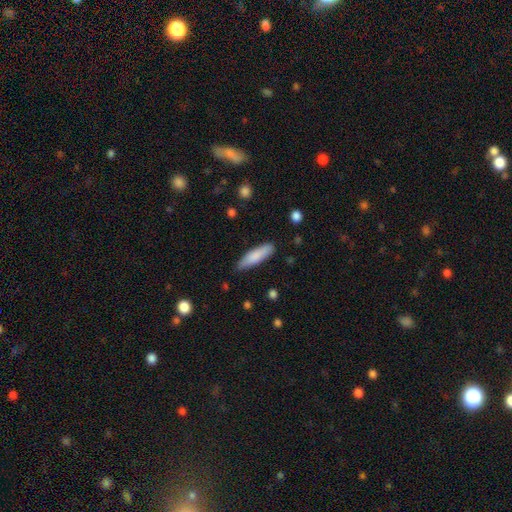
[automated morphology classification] This is clearly a smooth galaxy (82%). How rounded: likely cigar-shaped (68%). Merging: clearly none (82%).